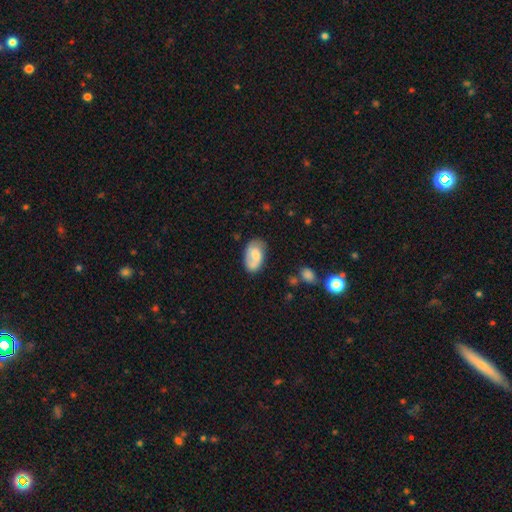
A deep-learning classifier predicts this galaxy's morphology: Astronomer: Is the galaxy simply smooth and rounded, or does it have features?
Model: smooth — 52% (runner-up: featured or disk, 41%).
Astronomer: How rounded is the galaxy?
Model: in between — 91%.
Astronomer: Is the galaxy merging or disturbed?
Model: none — 60%.